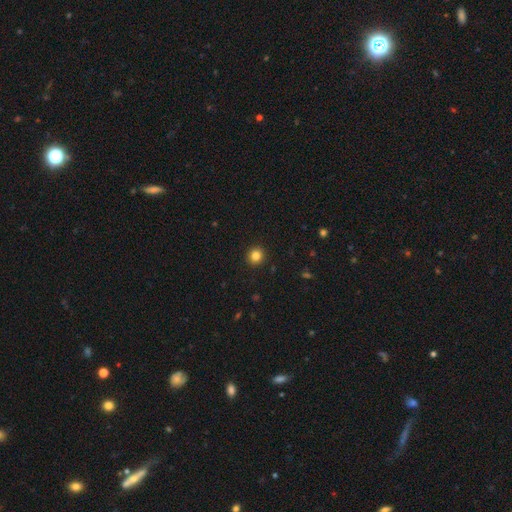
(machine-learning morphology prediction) This appears to be a smooth galaxy with no disk features (84%) that is round (91%). Merging: none (93%).